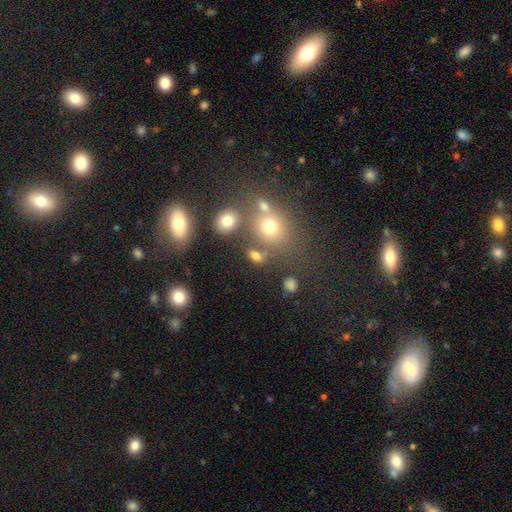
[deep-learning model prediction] Smooth or featured: smooth — 71% (star or artifact — 17%)
How rounded: in between — 57% (round — 39%)
Merging: none — 57% (merger — 22%)